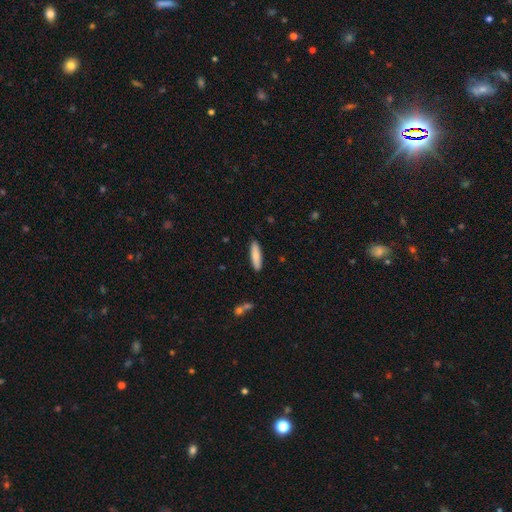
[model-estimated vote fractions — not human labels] Smooth or featured? smooth (84%)
How rounded? cigar-shaped (72%)
Merging? none (89%)